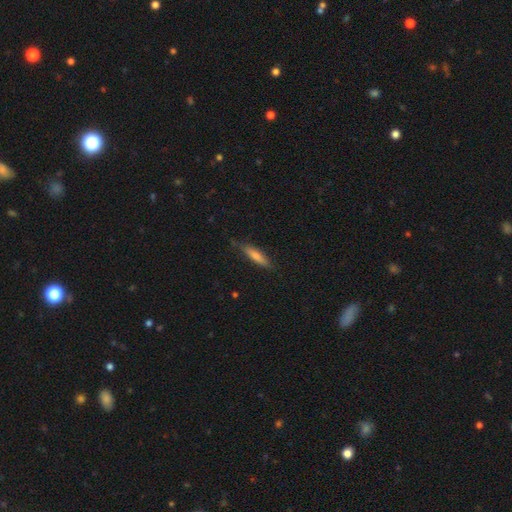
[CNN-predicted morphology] Smooth or featured: smooth — 55% (featured or disk — 35%)
How rounded: cigar-shaped — 86% (in between — 12%)
Merging: none — 79% (minor disturbance — 16%)